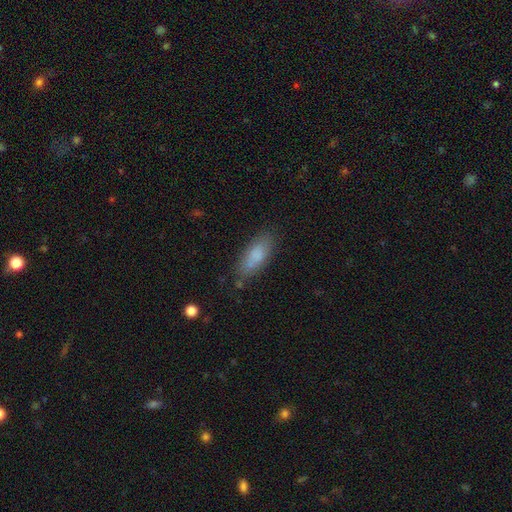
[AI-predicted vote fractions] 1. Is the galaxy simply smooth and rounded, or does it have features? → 80% smooth, 12% featured or disk, 8% star or artifact.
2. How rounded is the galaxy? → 73% in between, 25% cigar-shaped, 2% round.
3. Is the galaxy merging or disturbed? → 74% none, 17% minor disturbance, 5% major disturbance, 4% merger.